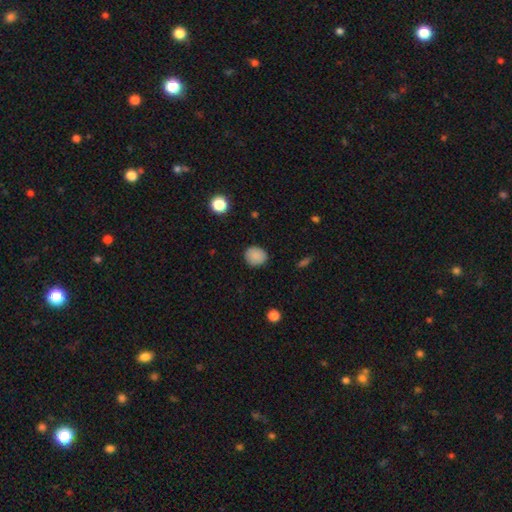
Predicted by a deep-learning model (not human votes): A smooth galaxy with no disk features (87%) that is round (83%).

Vote fractions:
- Smooth or featured? smooth: 87% / star or artifact: 9% / featured or disk: 4%
- How rounded? round: 83% / in between: 16% / cigar-shaped: 1%
- Merging? none: 87% / minor disturbance: 9% / major disturbance: 2% / merger: 1%